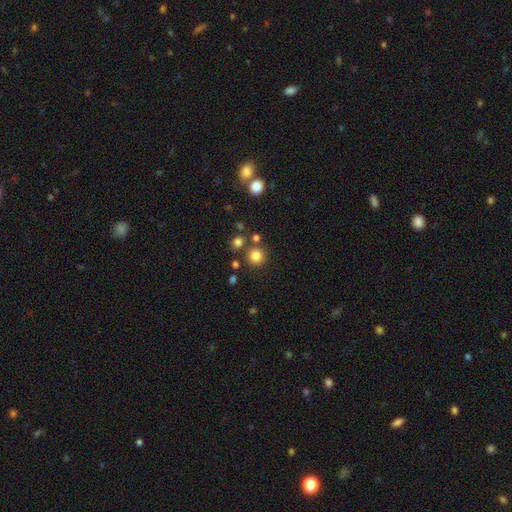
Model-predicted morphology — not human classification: Smooth or featured? Predicted: smooth (p=0.81). How rounded? Predicted: round (p=0.92). Merging? Predicted: none (p=0.80).